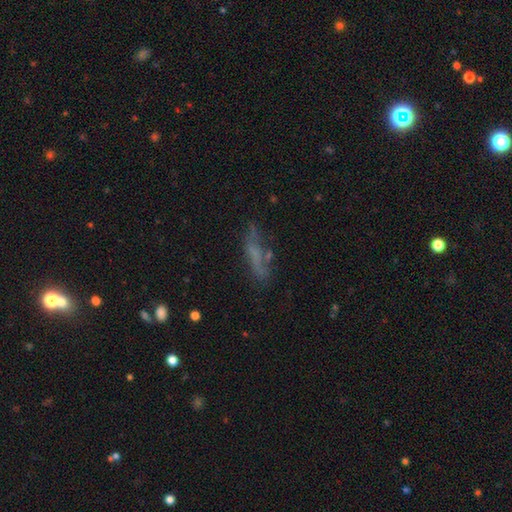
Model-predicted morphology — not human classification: type=smooth (51%); roundness=cigar-shaped (67%); merging=none (53%).